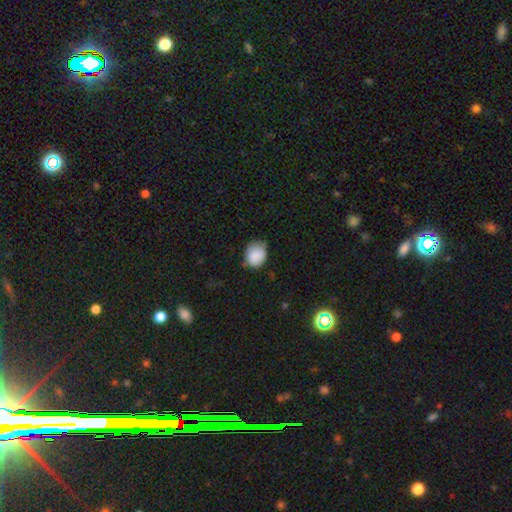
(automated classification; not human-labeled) This appears to be a smooth galaxy with no disk features (86%) that is round (56%). Merging: none (56%).